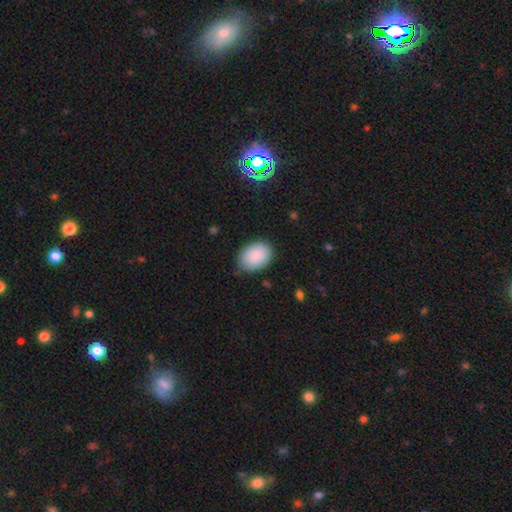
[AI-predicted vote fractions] Q: Smooth or featured?
A: smooth (90%); runner-up: star or artifact (6%)
Q: How rounded?
A: in between (80%); runner-up: round (19%)
Q: Merging?
A: none (79%); runner-up: minor disturbance (16%)